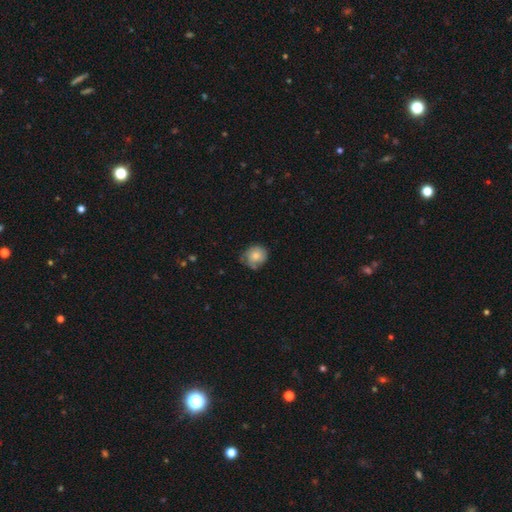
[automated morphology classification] Overall: smooth (73%). How rounded: round (80%). Merging: none (58%; minor disturbance 32%).